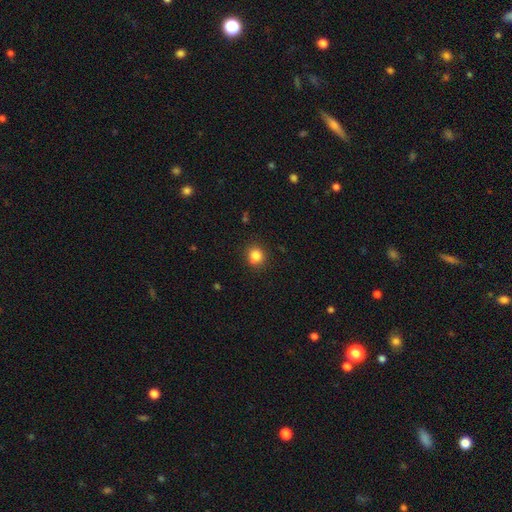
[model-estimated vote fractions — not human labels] smooth-or-featured: smooth: 84% | star or artifact: 11% | featured or disk: 5%
  how-rounded: round: 83% | in between: 16% | cigar-shaped: 1%
  merging: none: 87% | minor disturbance: 9% | major disturbance: 2% | merger: 1%